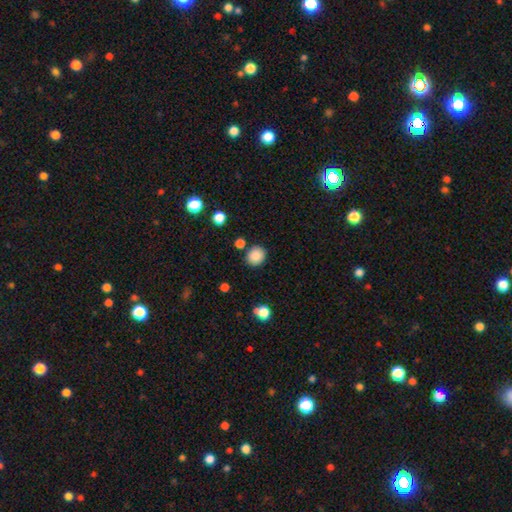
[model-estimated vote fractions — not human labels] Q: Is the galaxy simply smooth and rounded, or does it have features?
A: smooth — 86%.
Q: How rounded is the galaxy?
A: round — 82%.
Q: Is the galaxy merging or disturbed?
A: none — 84%.